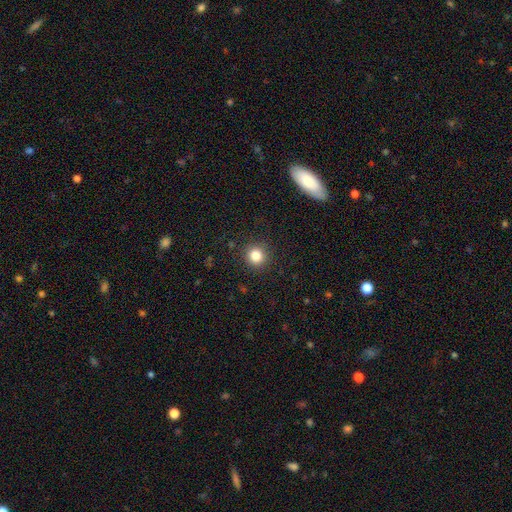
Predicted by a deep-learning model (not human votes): smooth_or_featured: smooth (p=0.84) [alt: star or artifact p=0.12]
how_rounded: round (p=0.93) [alt: in between p=0.06]
merging: none (p=0.90) [alt: minor disturbance p=0.06]